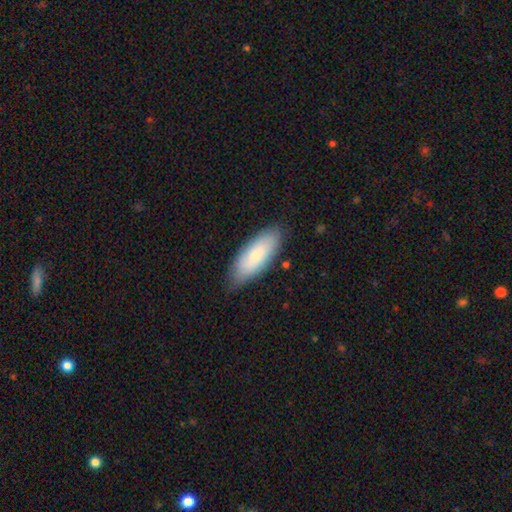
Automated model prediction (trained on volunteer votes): Smooth or featured? smooth (79%)
How rounded? in between (78%)
Merging? none (79%)